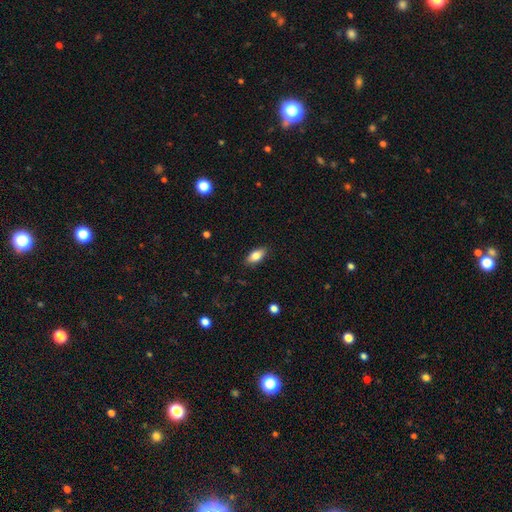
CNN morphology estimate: Smooth or featured? smooth (83%)
How rounded? in between (88%)
Merging? none (87%)